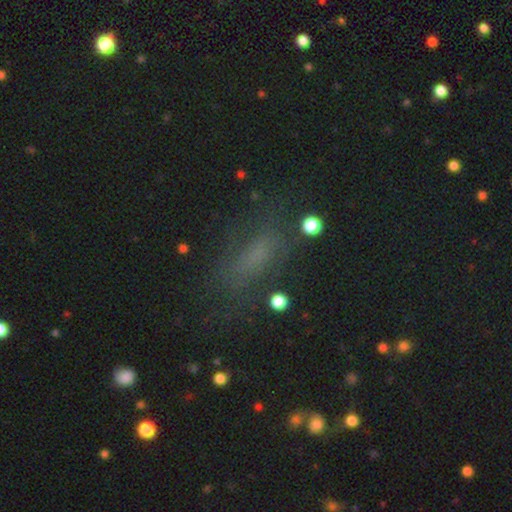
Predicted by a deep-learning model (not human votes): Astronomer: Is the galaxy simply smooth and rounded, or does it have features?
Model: smooth — 57%.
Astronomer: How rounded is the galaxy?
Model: in between — 58% (runner-up: cigar-shaped, 35%).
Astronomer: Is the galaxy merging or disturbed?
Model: none — 68%.